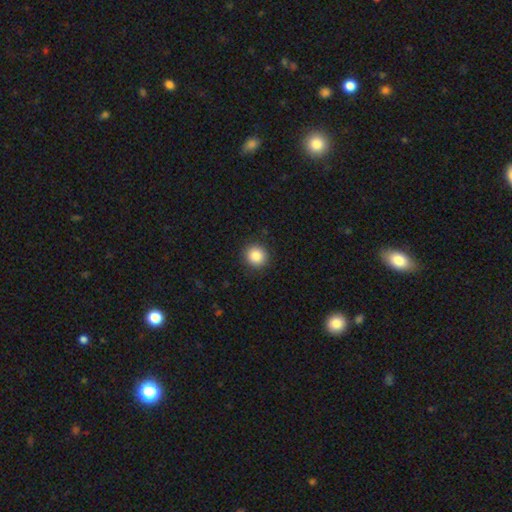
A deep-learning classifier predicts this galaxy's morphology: smooth-or-featured: smooth: 87% | star or artifact: 9% | featured or disk: 4%
  how-rounded: round: 91% | in between: 8% | cigar-shaped: 1%
  merging: none: 91% | minor disturbance: 6% | major disturbance: 2% | merger: 1%